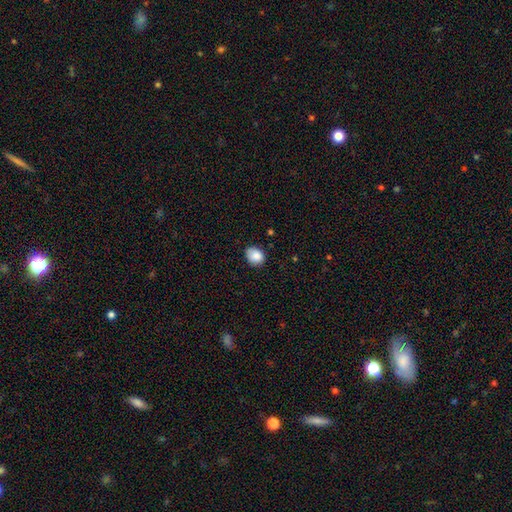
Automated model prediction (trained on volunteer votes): Morphology: type=smooth (86%); roundness=in between (50%); merging=none (73%).